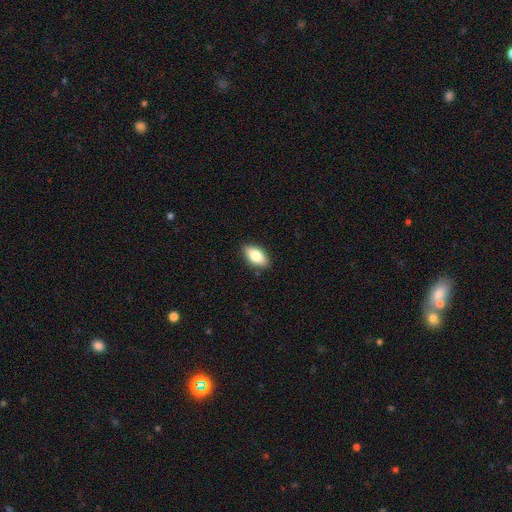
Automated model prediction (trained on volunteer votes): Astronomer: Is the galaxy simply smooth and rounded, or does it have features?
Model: smooth — 75%.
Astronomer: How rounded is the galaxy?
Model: in between — 88%.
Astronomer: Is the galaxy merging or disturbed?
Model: none — 86%.